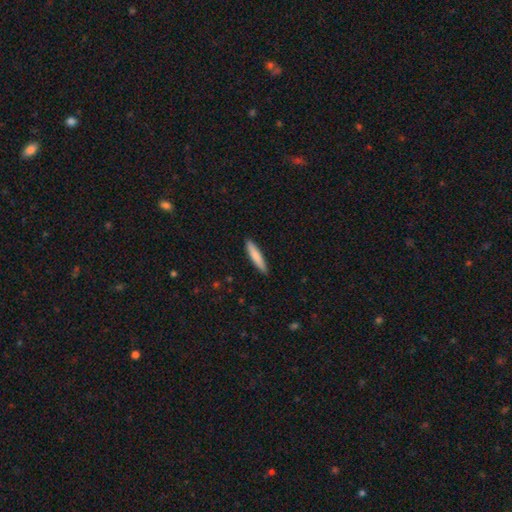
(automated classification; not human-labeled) smooth-or-featured: smooth: 80% | featured or disk: 15% | star or artifact: 5%
  how-rounded: cigar-shaped: 89% | in between: 10% | round: 1%
  merging: none: 90% | minor disturbance: 7% | major disturbance: 1% | merger: 1%